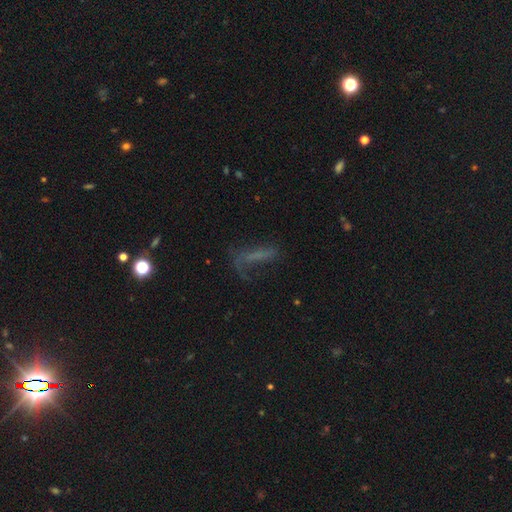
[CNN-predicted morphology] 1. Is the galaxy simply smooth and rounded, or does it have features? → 41% smooth, 39% featured or disk, 20% star or artifact.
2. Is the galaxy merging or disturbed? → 41% none, 34% major disturbance, 21% minor disturbance, 4% merger.